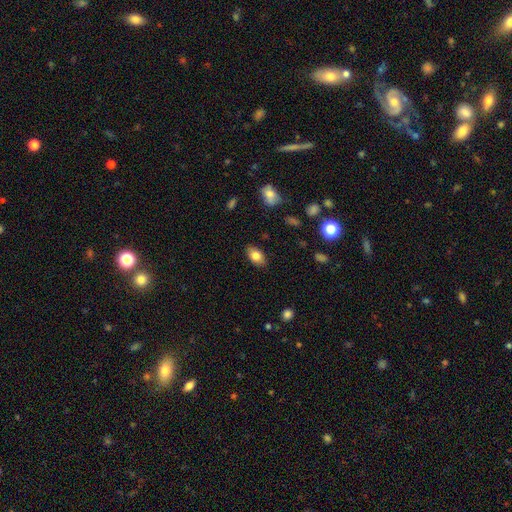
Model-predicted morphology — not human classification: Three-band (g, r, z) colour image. It shows a smooth galaxy with no disk features (81%) that is in between round and cigar-shaped (90%). Merging: none (86%).